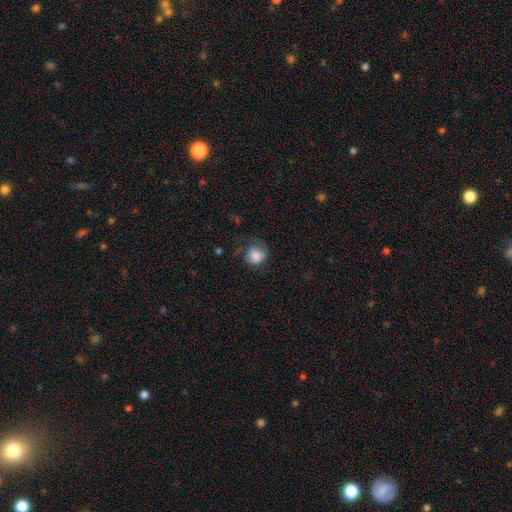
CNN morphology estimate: A smooth galaxy with no disk features (77%) that is round (74%).

Vote fractions:
- Smooth or featured? smooth: 77% / featured or disk: 15% / star or artifact: 8%
- How rounded? round: 74% / in between: 25% / cigar-shaped: 1%
- Merging? none: 44% / minor disturbance: 29% / major disturbance: 26% / merger: 2%